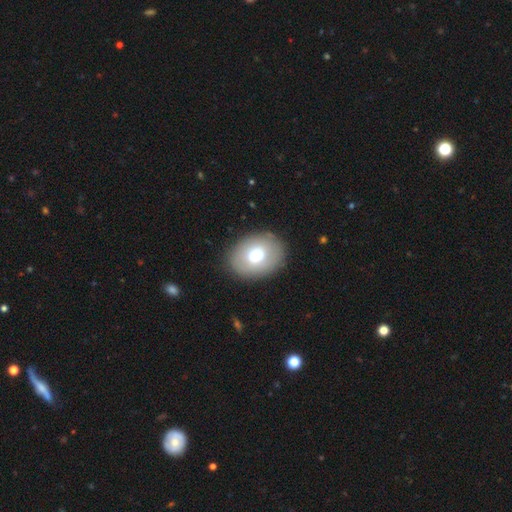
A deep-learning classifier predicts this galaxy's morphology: Smooth or featured: smooth — 71% (featured or disk — 21%)
How rounded: in between — 63% (round — 36%)
Merging: none — 87% (minor disturbance — 9%)